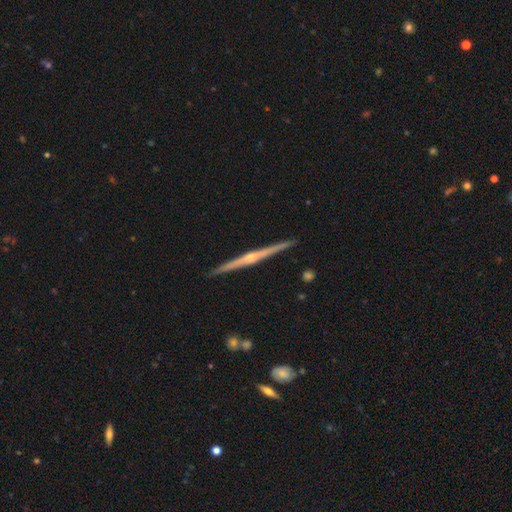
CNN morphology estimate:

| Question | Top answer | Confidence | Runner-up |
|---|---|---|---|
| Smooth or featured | featured or disk | 85% | smooth (10%) |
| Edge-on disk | yes | 99% | no (1%) |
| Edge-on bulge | rounded | 82% | none (12%) |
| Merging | none | 92% | minor disturbance (5%) |